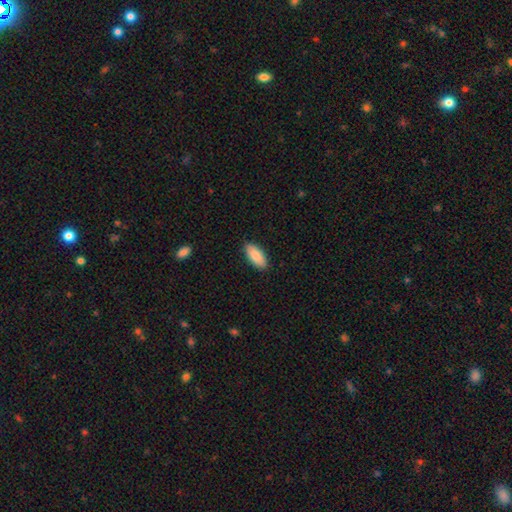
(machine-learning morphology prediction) Q: Smooth or featured?
A: smooth (88%); runner-up: featured or disk (6%)
Q: How rounded?
A: in between (87%); runner-up: cigar-shaped (12%)
Q: Merging?
A: none (89%); runner-up: minor disturbance (8%)